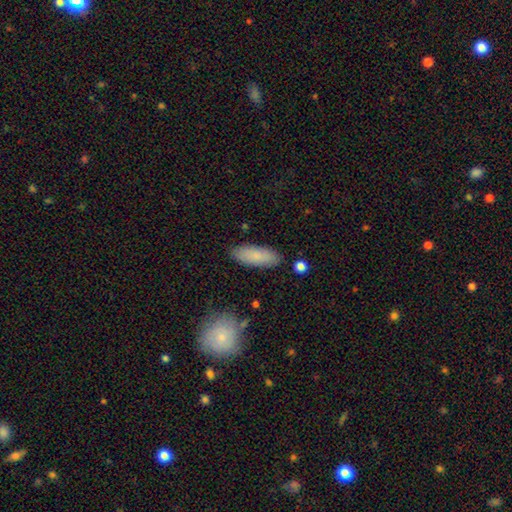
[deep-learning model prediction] Overall: smooth (84%). How rounded: in between (67%; cigar-shaped 31%). Merging: none (85%).